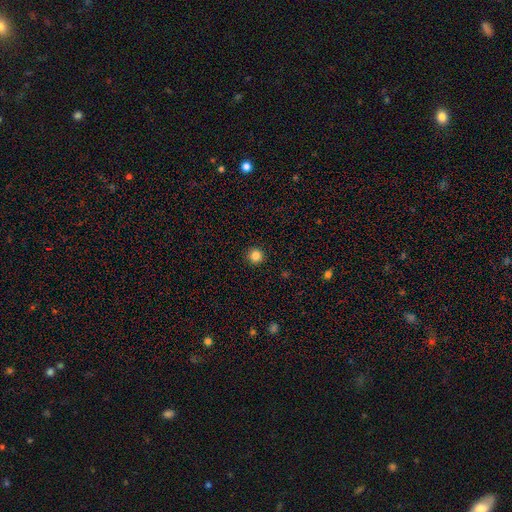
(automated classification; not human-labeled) smooth 85%, star or artifact 11%, featured or disk 4%. Down the decision tree: how rounded — round (96%); merging — none (93%).